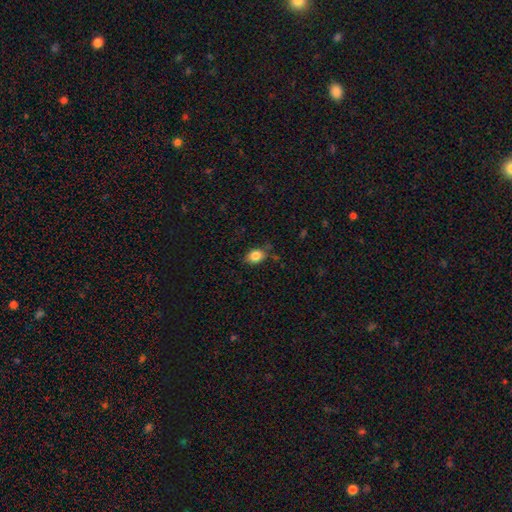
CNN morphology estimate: Smooth or featured?
  - smooth: 84% *
  - star or artifact: 9%
  - featured or disk: 7%
How rounded?
  - in between: 72% *
  - round: 26%
  - cigar-shaped: 1%
Merging?
  - none: 73% *
  - minor disturbance: 20%
  - major disturbance: 4%
  - merger: 3%